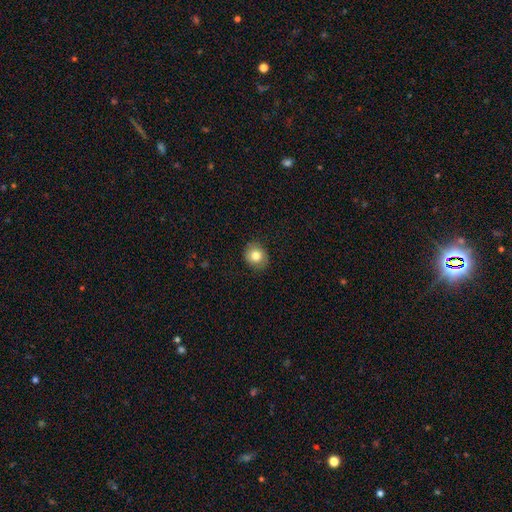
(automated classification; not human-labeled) smooth_or_featured: smooth (p=0.81) [alt: featured or disk p=0.10]
how_rounded: round (p=0.74) [alt: in between p=0.25]
merging: none (p=0.87) [alt: minor disturbance p=0.10]